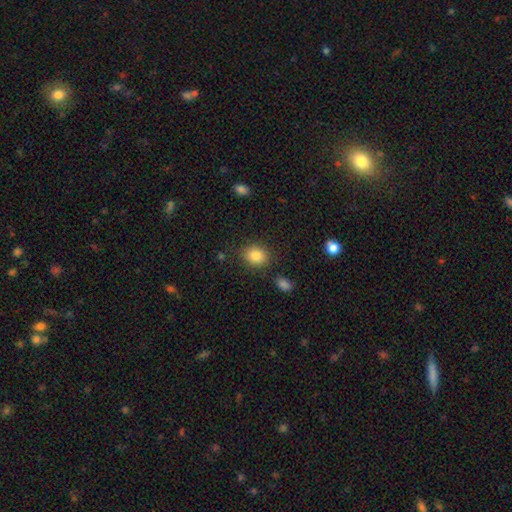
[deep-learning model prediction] Morphology: type=smooth (84%); roundness=round (56%); merging=none (84%).